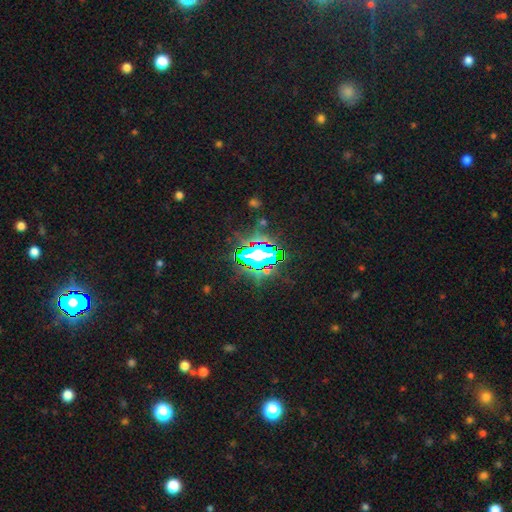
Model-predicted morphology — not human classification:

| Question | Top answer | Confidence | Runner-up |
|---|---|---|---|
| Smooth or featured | star or artifact | 79% | smooth (12%) |